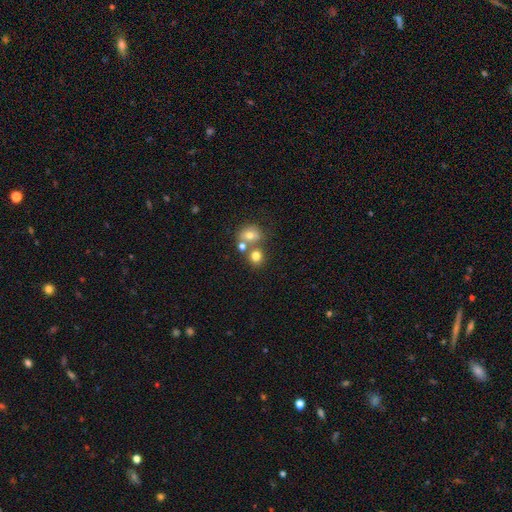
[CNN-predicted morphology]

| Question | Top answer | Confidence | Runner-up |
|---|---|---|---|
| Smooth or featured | smooth | 73% | star or artifact (14%) |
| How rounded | round | 76% | in between (23%) |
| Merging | none | 50% | merger (37%) |